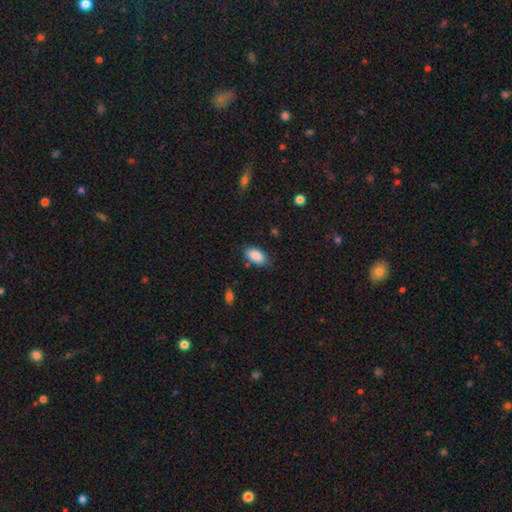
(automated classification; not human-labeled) Smooth or featured? Predicted: smooth (p=0.88). How rounded? Predicted: in between (p=0.93). Merging? Predicted: none (p=0.80).